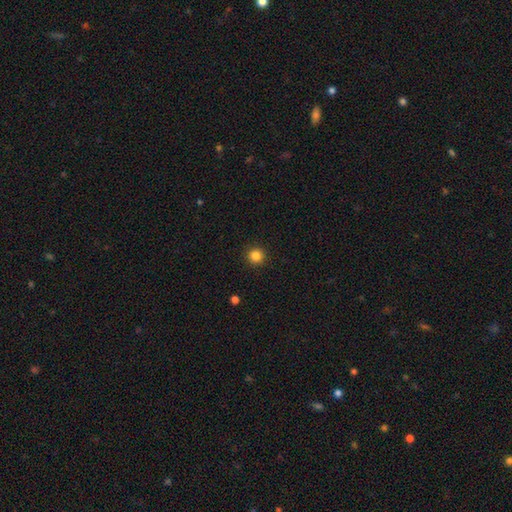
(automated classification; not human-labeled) A smooth galaxy with no disk features (85%) that is round (95%).

Vote fractions:
- Smooth or featured? smooth: 85% / star or artifact: 12% / featured or disk: 4%
- How rounded? round: 95% / in between: 4% / cigar-shaped: 1%
- Merging? none: 92% / minor disturbance: 5% / major disturbance: 2% / merger: 1%